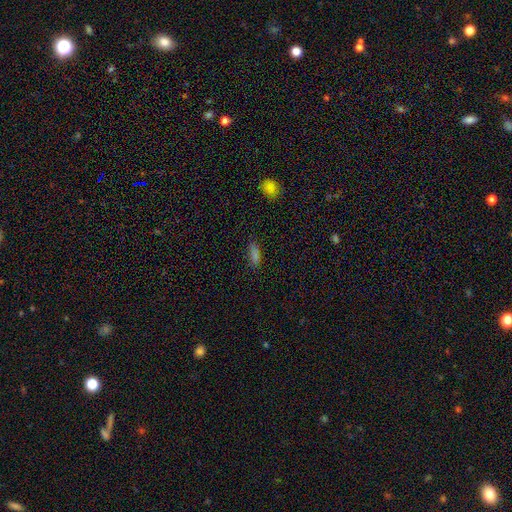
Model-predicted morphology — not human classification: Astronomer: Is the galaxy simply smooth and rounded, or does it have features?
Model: smooth — 73%.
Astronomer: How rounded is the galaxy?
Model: in between — 52% (runner-up: cigar-shaped, 44%).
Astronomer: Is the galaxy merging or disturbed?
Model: none — 84%.